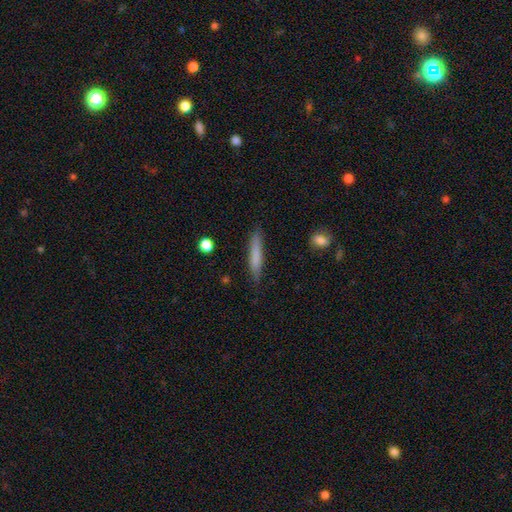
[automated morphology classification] The model was most divided on "smooth or featured": smooth: 74%, featured or disk: 19%, star or artifact: 7%. More confident: how rounded — cigar-shaped (92%); merging — none (85%).